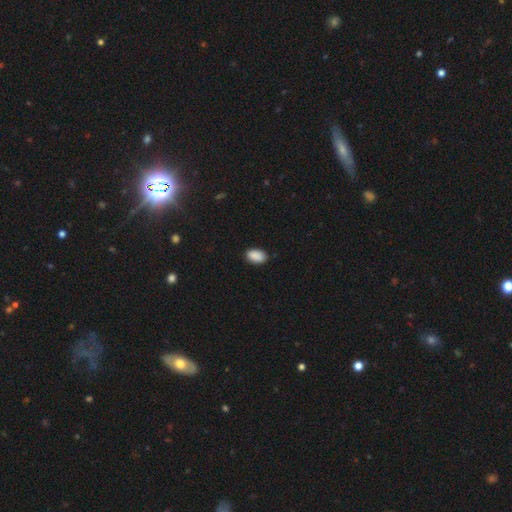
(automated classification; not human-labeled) Smooth or featured? smooth (90%)
How rounded? in between (92%)
Merging? none (87%)